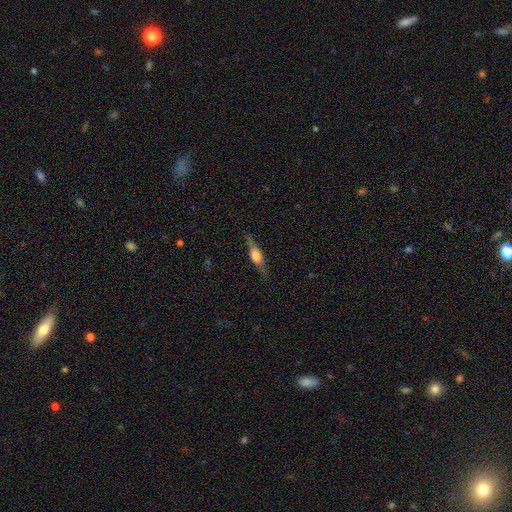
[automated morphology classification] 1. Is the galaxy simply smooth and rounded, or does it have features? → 60% featured or disk, 33% smooth, 7% star or artifact.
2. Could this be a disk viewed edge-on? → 95% yes, 5% no.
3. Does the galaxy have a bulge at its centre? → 82% rounded, 15% boxy, 3% none.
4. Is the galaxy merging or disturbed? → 83% none, 13% minor disturbance, 3% major disturbance, 1% merger.